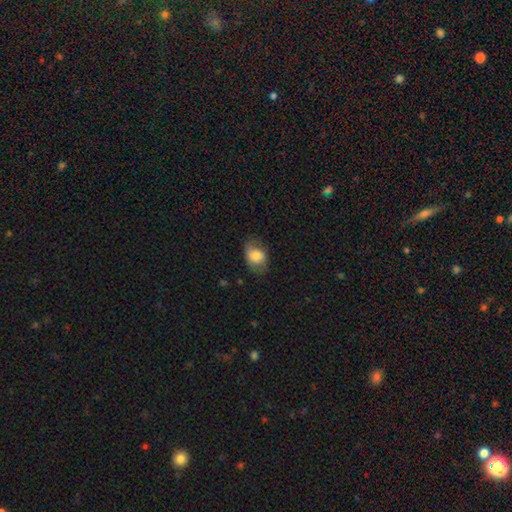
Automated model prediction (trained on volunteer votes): Smooth or featured: smooth — 78% (featured or disk — 14%)
How rounded: in between — 71% (round — 28%)
Merging: none — 63% (minor disturbance — 26%)